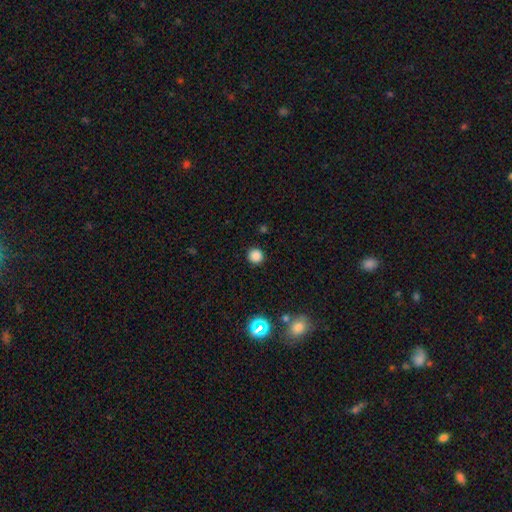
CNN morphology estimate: smooth-or-featured: smooth: 83% | star or artifact: 14% | featured or disk: 3%
  how-rounded: round: 94% | in between: 5% | cigar-shaped: 1%
  merging: none: 91% | minor disturbance: 6% | major disturbance: 2% | merger: 1%